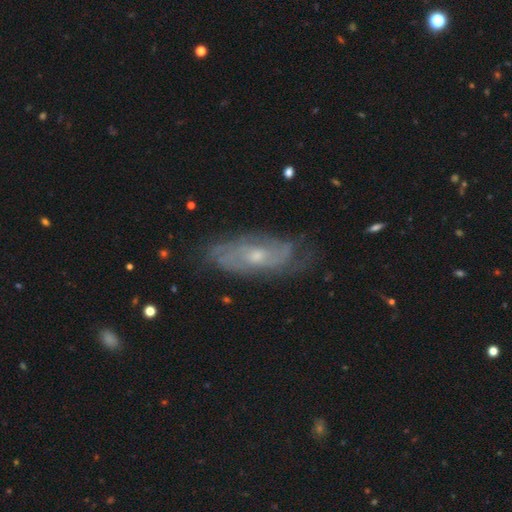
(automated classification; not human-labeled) This appears to be a featured or disk galaxy (78%) with no bar (71%), tight (57%) spiral arms (89%) and a small central bulge (52%). Merging: none (75%).